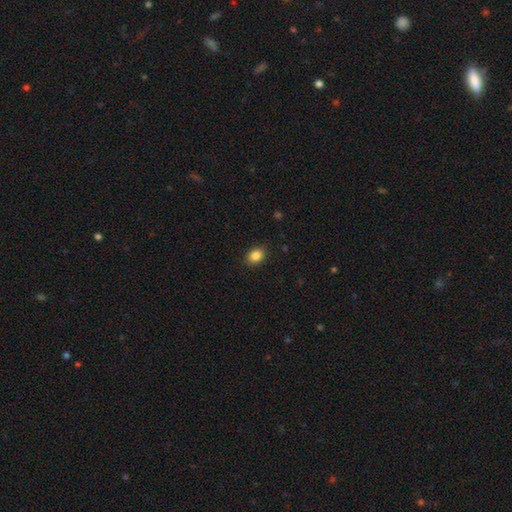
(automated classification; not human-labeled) A smooth galaxy with no disk features (86%) that is in between round and cigar-shaped (65%).

Vote fractions:
- Smooth or featured? smooth: 86% / star or artifact: 9% / featured or disk: 5%
- How rounded? in between: 65% / round: 34% / cigar-shaped: 1%
- Merging? none: 88% / minor disturbance: 9% / major disturbance: 2% / merger: 1%